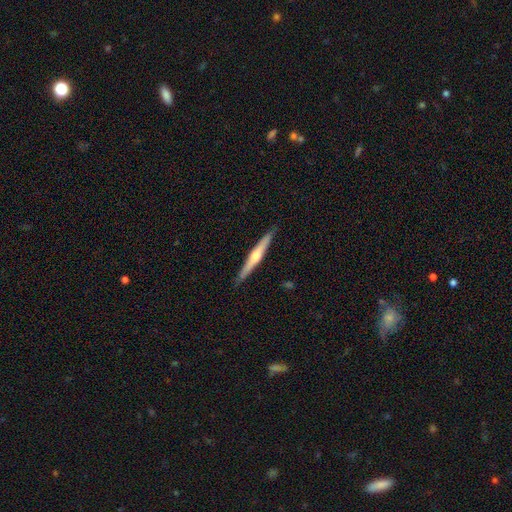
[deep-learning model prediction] smooth_or_featured: featured or disk (p=0.66) [alt: smooth p=0.29]
disk_edge_on: yes (p=0.97) [alt: no p=0.03]
edge_on_bulge: rounded (p=0.86) [alt: none p=0.10]
merging: none (p=0.90) [alt: minor disturbance p=0.08]